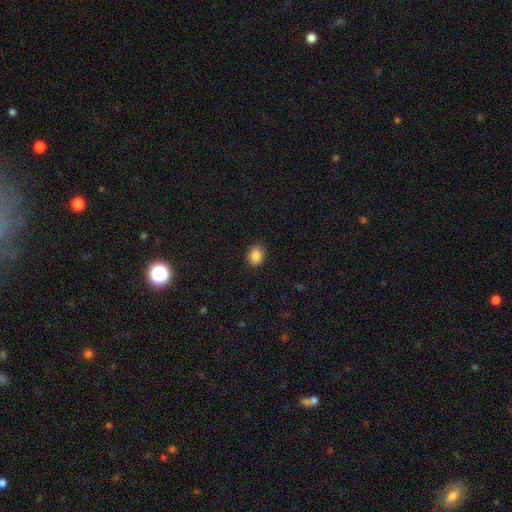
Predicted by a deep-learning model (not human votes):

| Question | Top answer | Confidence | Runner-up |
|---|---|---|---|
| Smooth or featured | smooth | 87% | star or artifact (9%) |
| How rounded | in between | 52% | round (47%) |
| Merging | none | 86% | minor disturbance (11%) |